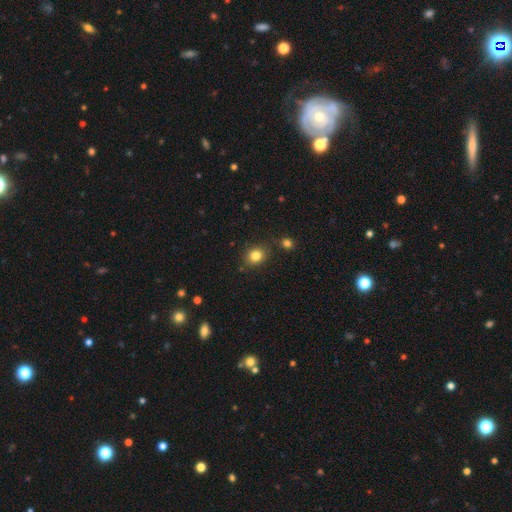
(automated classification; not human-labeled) Q: Smooth or featured?
A: smooth (83%); runner-up: star or artifact (11%)
Q: How rounded?
A: round (68%); runner-up: in between (31%)
Q: Merging?
A: none (82%); runner-up: minor disturbance (11%)